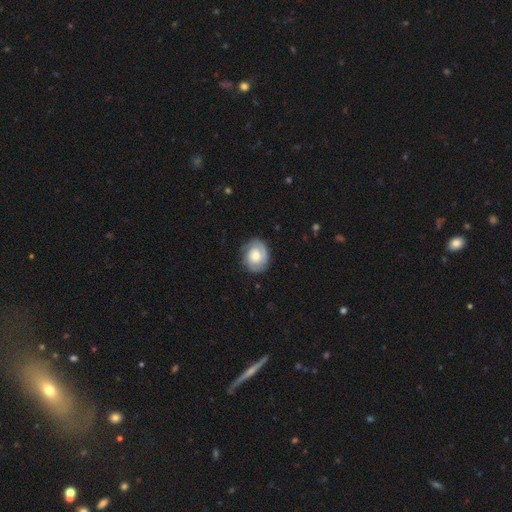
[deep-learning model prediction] A featured or disk galaxy (65%) with no bar (76%), 2 (42%) tight (65%) spiral arms (87%) and a moderate central bulge (62%).

Vote fractions:
- Smooth or featured? featured or disk: 65% / smooth: 29% / star or artifact: 6%
- Edge-on disk? no: 97% / yes: 3%
- Bar? no: 76% / weak: 20% / strong: 4%
- Spiral arms? yes: 87% / no: 13%
- Spiral winding? tight: 65% / medium: 26% / loose: 8%
- Spiral arm count? 2: 42% / can't tell: 27% / 1: 13% / 3: 13% / 4: 3% / more than 4: 3%
- Bulge size? moderate: 62% / small: 22% / large: 12% / none: 2% / dominant: 2%
- Merging? none: 75% / minor disturbance: 18% / major disturbance: 6% / merger: 1%